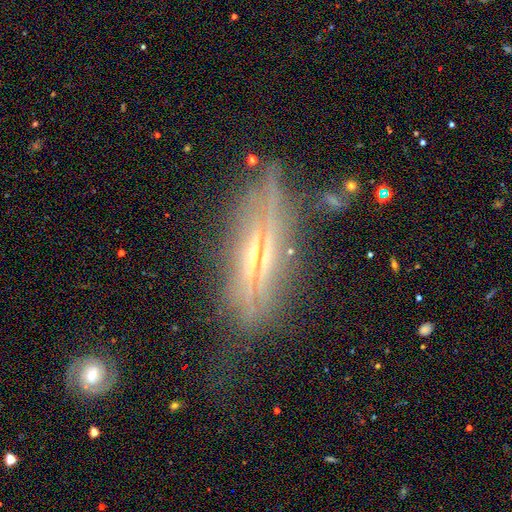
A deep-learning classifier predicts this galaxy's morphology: This is likely a featured or disk galaxy (74%). It is clearly viewed edge-on (87%). Edge-on bulge: possibly rounded (59%). Merging: likely none (69%).